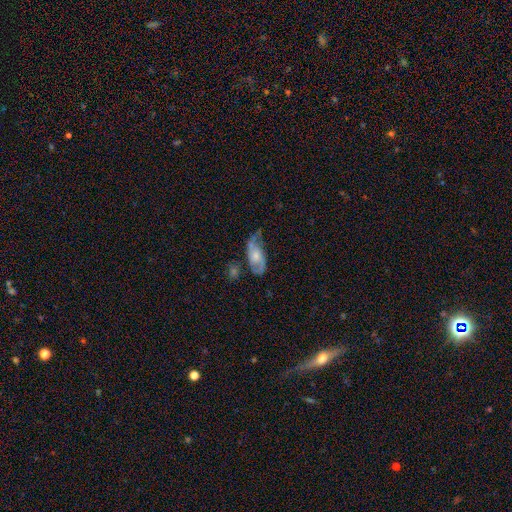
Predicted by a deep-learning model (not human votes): Morphology: type=featured or disk (68%); edge-on=no (93%); bar=no (65%); spiral arms=yes (87%); winding=medium (44%); arm count=2 (80%); bulge=moderate (45%); merging=none (48%).